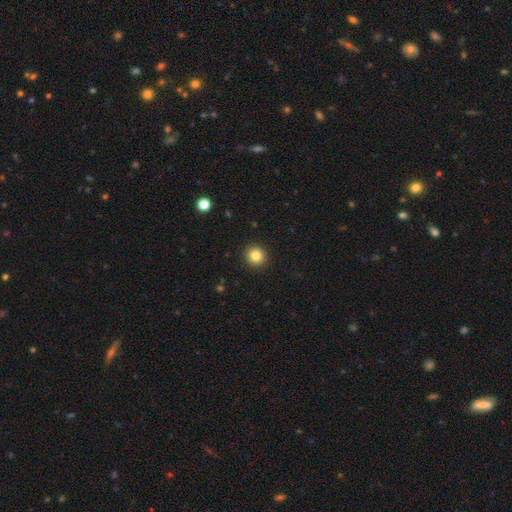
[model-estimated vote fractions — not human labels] This is clearly a smooth galaxy (83%). How rounded: clearly round (94%). Merging: clearly none (93%).